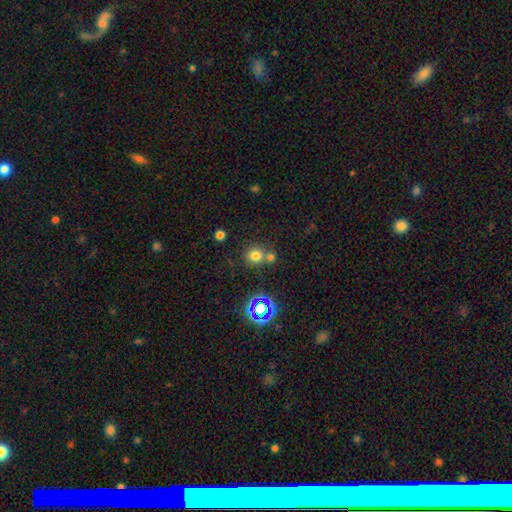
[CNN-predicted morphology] type=smooth (72%); roundness=round (86%); merging=none (60%).